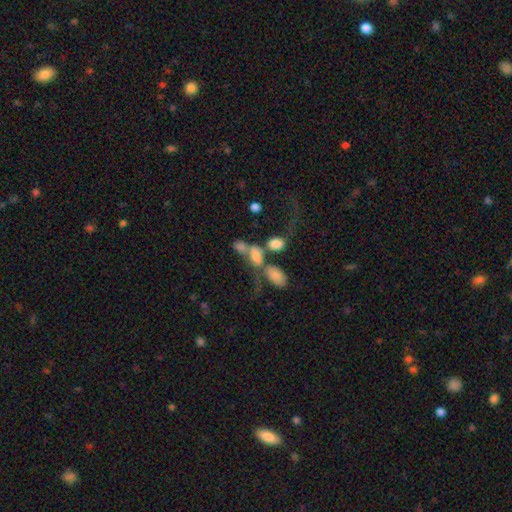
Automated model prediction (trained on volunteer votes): A smooth galaxy with no disk features (58%) that is in between round and cigar-shaped (78%). Merging: merger (56%).